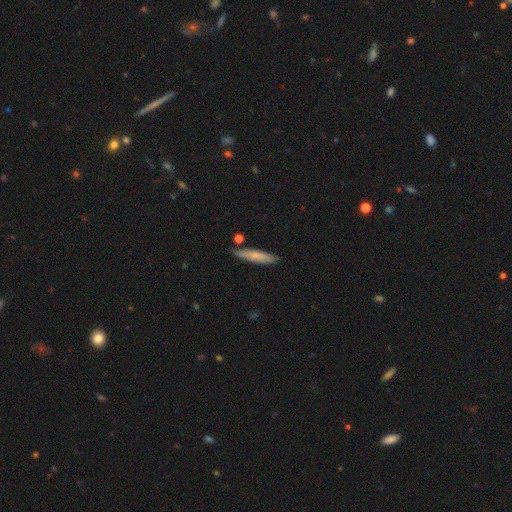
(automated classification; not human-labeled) Q: Smooth or featured?
A: smooth (69%); runner-up: featured or disk (25%)
Q: How rounded?
A: cigar-shaped (89%); runner-up: in between (10%)
Q: Merging?
A: none (83%); runner-up: minor disturbance (12%)